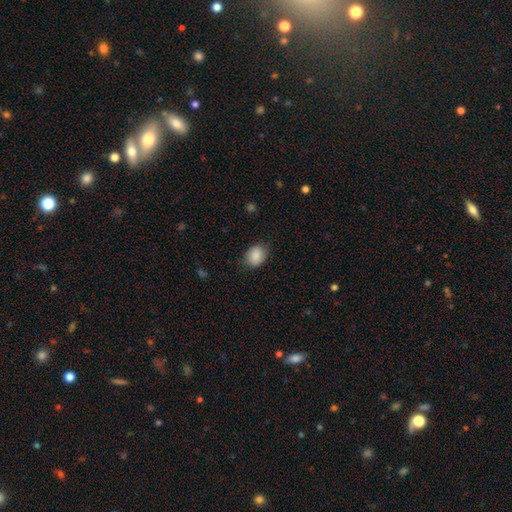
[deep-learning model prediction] Smooth or featured? smooth (88%)
How rounded? in between (56%)
Merging? none (76%)